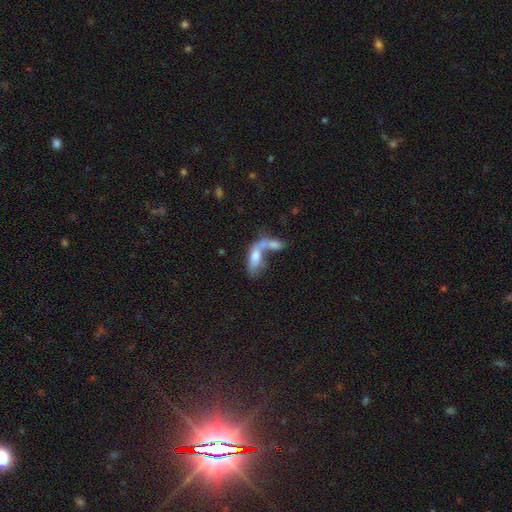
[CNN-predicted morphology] Smooth or featured?
  - smooth: 65% *
  - featured or disk: 28%
  - star or artifact: 8%
How rounded?
  - in between: 75% *
  - cigar-shaped: 21%
  - round: 4%
Merging?
  - merger: 66% *
  - none: 17%
  - major disturbance: 10%
  - minor disturbance: 8%